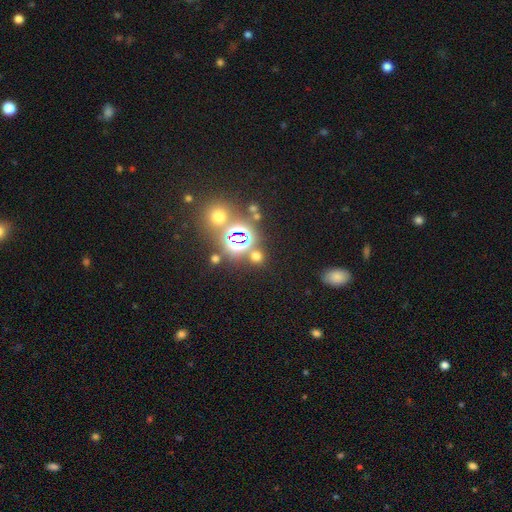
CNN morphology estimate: This is possibly a smooth galaxy (47%). Merging: likely none (79%).